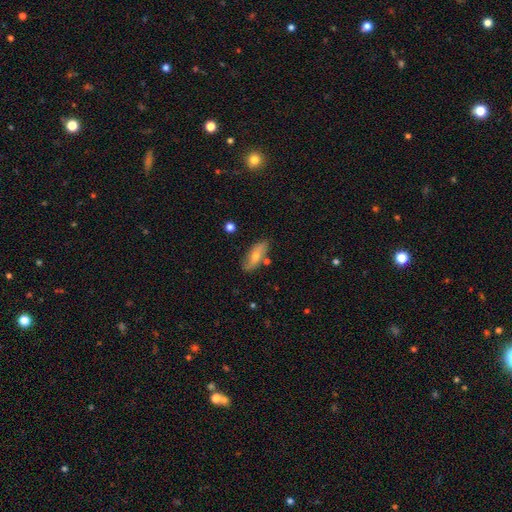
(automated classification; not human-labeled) smooth-or-featured: smooth: 54% | featured or disk: 38% | star or artifact: 8%
  how-rounded: in between: 68% | cigar-shaped: 29% | round: 4%
  merging: none: 81% | minor disturbance: 13% | merger: 4% | major disturbance: 3%